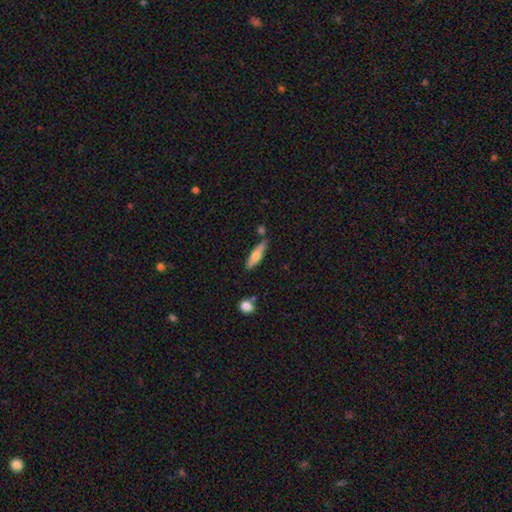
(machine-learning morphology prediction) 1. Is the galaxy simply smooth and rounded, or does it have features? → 61% smooth, 33% featured or disk, 6% star or artifact.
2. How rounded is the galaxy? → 71% cigar-shaped, 27% in between, 2% round.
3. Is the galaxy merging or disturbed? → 74% none, 16% minor disturbance, 7% merger, 3% major disturbance.